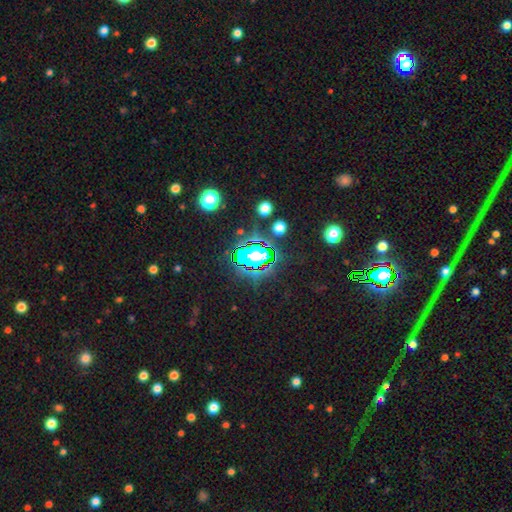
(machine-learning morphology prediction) The model was most divided on "smooth or featured": star or artifact: 80%, smooth: 12%, featured or disk: 8%.